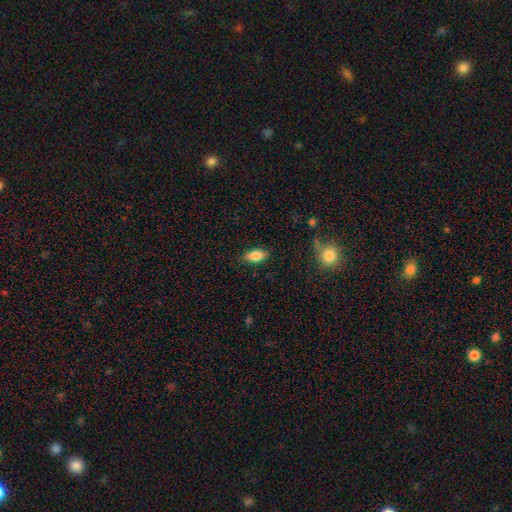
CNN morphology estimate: The model was most divided on "merging": none: 82%, minor disturbance: 14%, major disturbance: 3%, merger: 1%. More confident: how rounded — in between (87%); smooth or featured — smooth (81%).